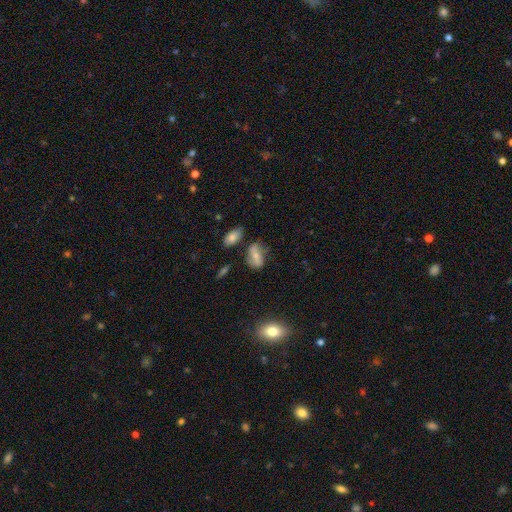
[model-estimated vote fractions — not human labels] This is possibly a smooth galaxy (54%). How rounded: clearly in between (84%). Merging: likely none (61%).